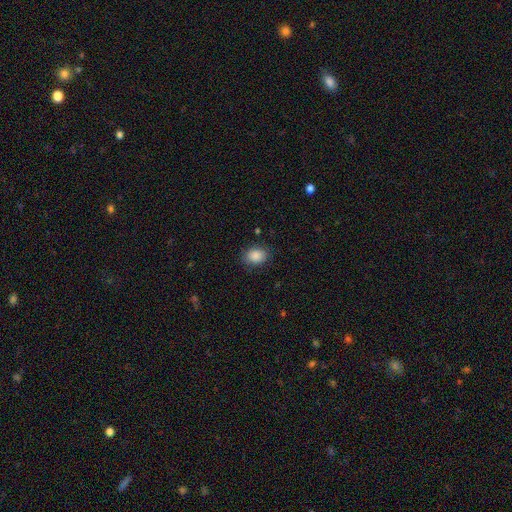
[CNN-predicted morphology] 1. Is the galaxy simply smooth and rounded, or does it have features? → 88% smooth, 8% star or artifact, 4% featured or disk.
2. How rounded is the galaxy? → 60% in between, 39% round, 1% cigar-shaped.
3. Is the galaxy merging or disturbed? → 84% none, 12% minor disturbance, 3% major disturbance, 1% merger.